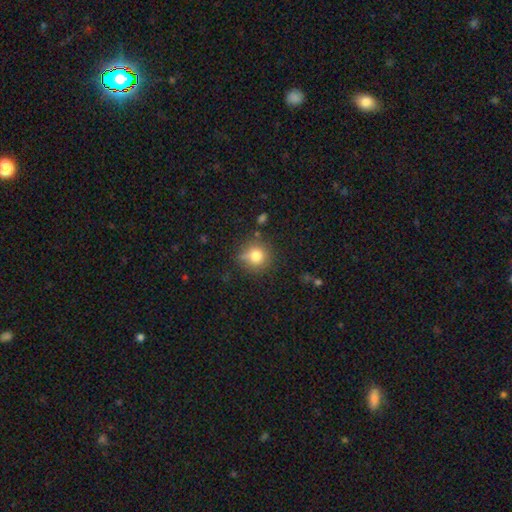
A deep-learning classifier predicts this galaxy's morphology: type=smooth (79%); roundness=round (90%); merging=none (71%).